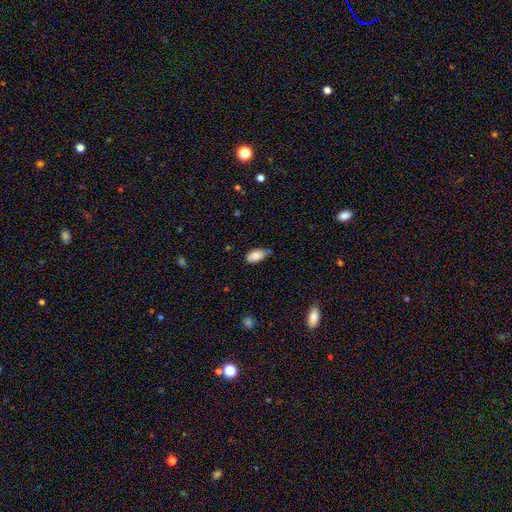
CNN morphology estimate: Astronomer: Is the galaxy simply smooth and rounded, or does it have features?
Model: smooth — 87%.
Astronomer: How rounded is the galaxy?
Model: in between — 94%.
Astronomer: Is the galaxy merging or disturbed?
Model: none — 63%.